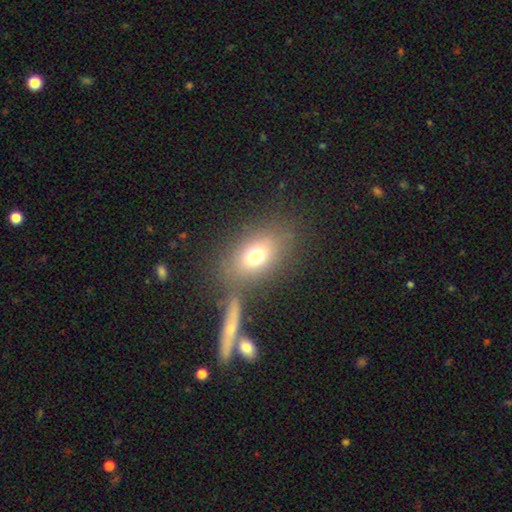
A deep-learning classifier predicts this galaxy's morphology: type=smooth (71%); roundness=in between (69%); merging=none (63%).